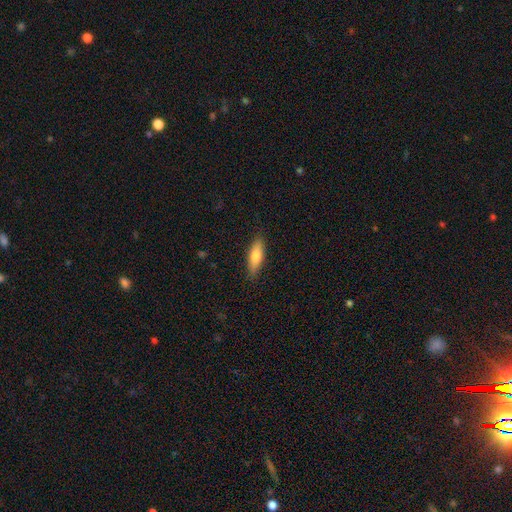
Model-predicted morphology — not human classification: Smooth or featured?
  - smooth: 76% *
  - featured or disk: 18%
  - star or artifact: 6%
How rounded?
  - in between: 53% *
  - cigar-shaped: 45%
  - round: 2%
Merging?
  - none: 86% *
  - minor disturbance: 10%
  - major disturbance: 2%
  - merger: 1%